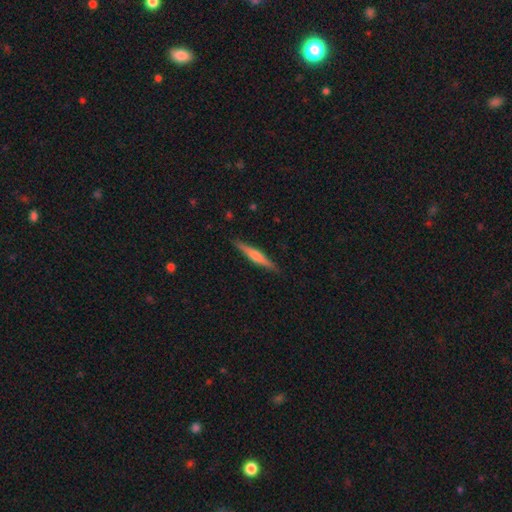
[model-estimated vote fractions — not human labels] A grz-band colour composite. It shows a featured or disk galaxy (54%) viewed edge-on (97%) with a rounded central bulge (65%). Merging: none (90%).